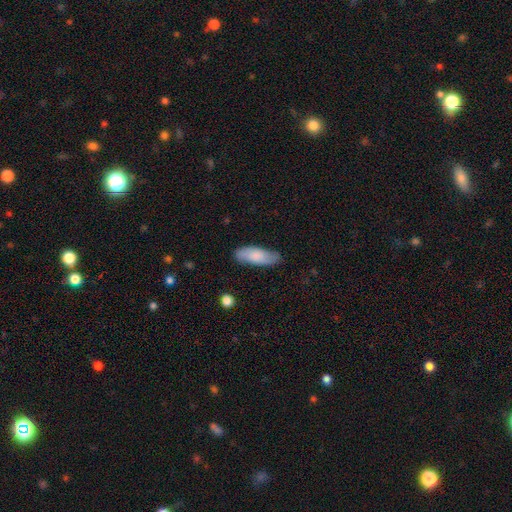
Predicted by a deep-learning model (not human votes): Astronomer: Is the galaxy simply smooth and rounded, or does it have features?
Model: smooth — 75%.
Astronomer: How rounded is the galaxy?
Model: in between — 68%.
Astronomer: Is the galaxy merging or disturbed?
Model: none — 79%.